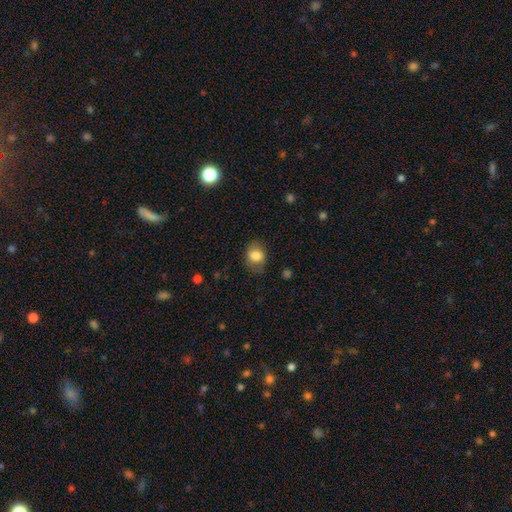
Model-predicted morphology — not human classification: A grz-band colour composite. It shows a smooth galaxy with no disk features (79%) that is in between round and cigar-shaped (63%). Merging: none (76%).